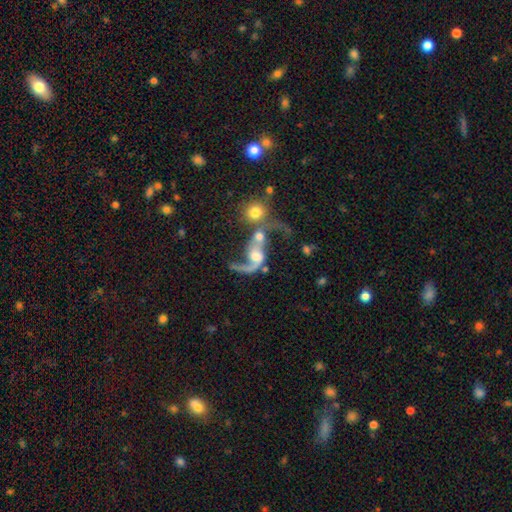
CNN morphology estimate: This is likely a featured or disk galaxy (76%). It is clearly not viewed edge-on (96%). Bar: possibly no (54%). Spiral arm pattern: clearly yes (88%). Spiral arm count: likely 2 (72%). Spiral winding: clearly loose (85%). Central bulge: possibly moderate (50%). Merging: possibly merger (60%).